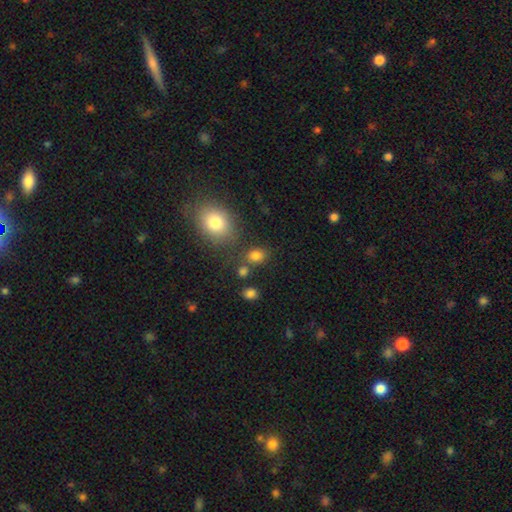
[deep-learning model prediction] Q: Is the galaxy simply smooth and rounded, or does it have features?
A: smooth — 81%.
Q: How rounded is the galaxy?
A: in between — 53%.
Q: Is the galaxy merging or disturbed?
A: none — 72%.